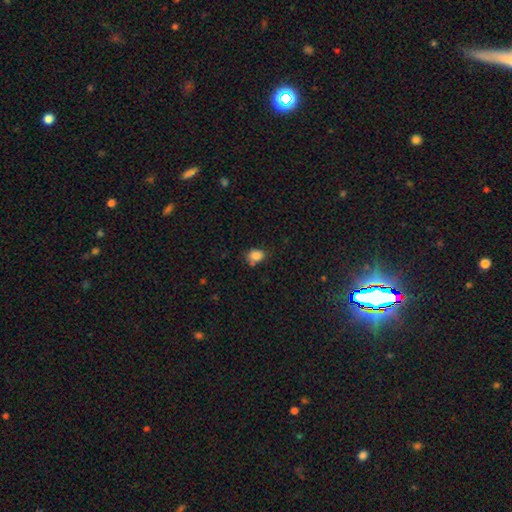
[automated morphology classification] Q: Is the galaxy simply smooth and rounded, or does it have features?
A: smooth — 85%.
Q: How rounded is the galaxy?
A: in between — 59%.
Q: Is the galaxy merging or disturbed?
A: none — 62%.